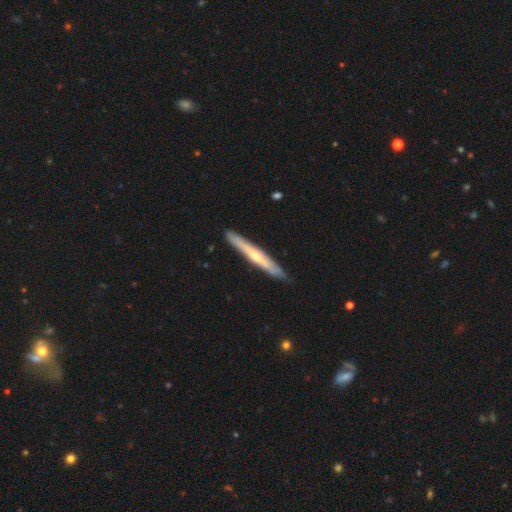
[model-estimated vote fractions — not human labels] Morphology: type=featured or disk (56%); edge-on=yes (92%); edge-on bulge=rounded (60%); merging=none (87%).